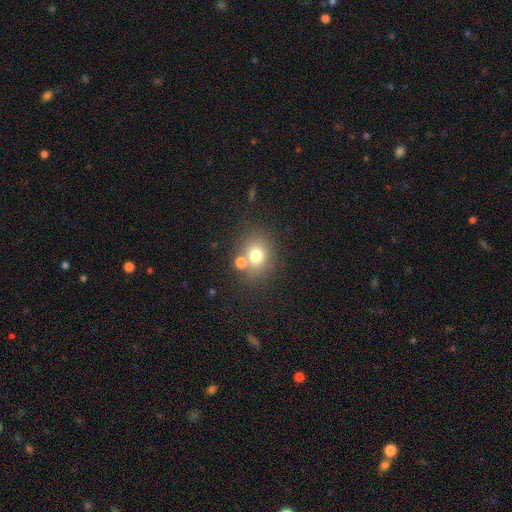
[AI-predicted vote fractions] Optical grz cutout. It shows a smooth galaxy with no disk features (73%) that is round (65%). Merging: none (62%).